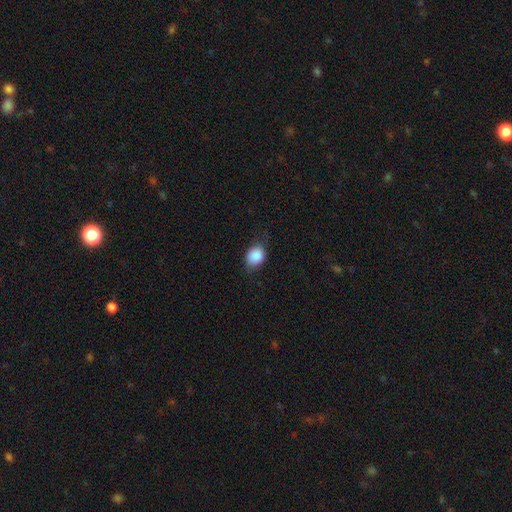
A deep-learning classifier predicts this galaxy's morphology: smooth 88%, star or artifact 8%, featured or disk 4%. Down the decision tree: how rounded — in between (60%); merging — none (72%).